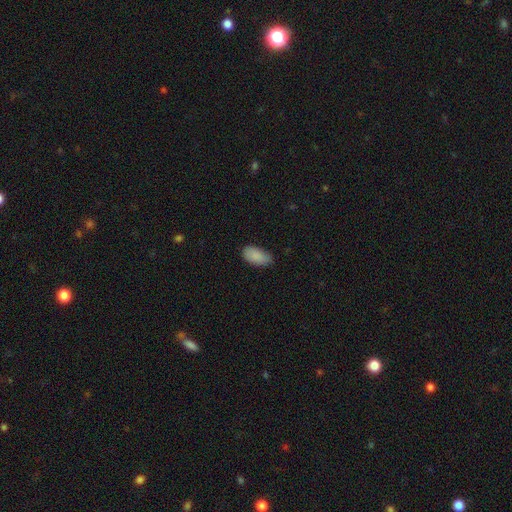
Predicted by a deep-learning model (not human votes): smooth 88%, star or artifact 7%, featured or disk 5%. Down the decision tree: how rounded — in between (93%); merging — none (65%).